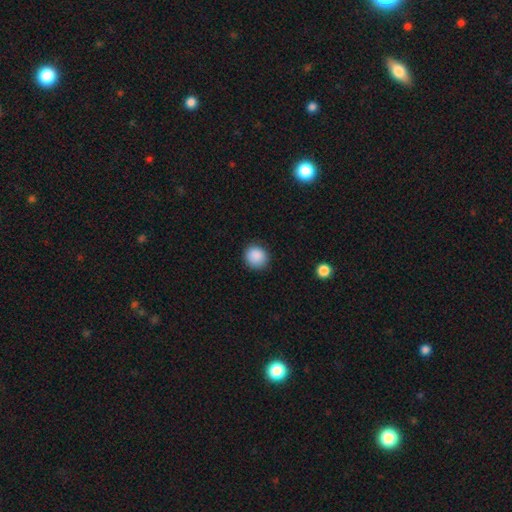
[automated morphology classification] This is clearly a smooth galaxy (89%). How rounded: clearly round (87%). Merging: clearly none (87%).